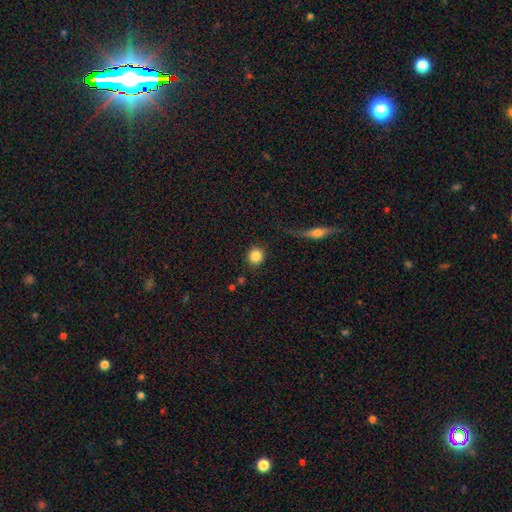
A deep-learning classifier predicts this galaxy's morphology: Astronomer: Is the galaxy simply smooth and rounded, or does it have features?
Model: smooth — 86%.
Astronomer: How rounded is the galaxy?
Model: round — 91%.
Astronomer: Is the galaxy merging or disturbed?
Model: none — 87%.